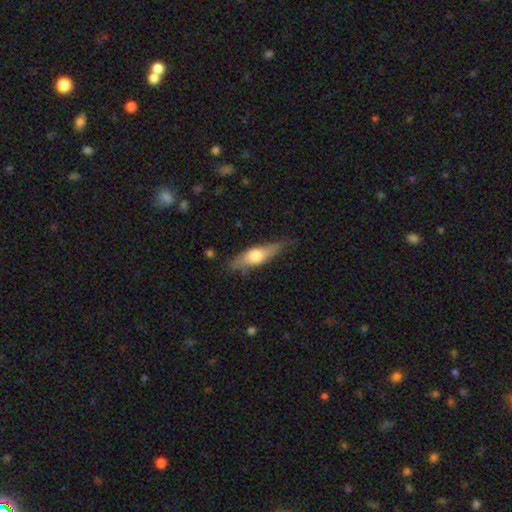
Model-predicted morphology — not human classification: Smooth or featured?
  - smooth: 55% *
  - featured or disk: 40%
  - star or artifact: 6%
How rounded?
  - cigar-shaped: 53% *
  - in between: 44%
  - round: 3%
Merging?
  - none: 69% *
  - minor disturbance: 23%
  - major disturbance: 6%
  - merger: 2%